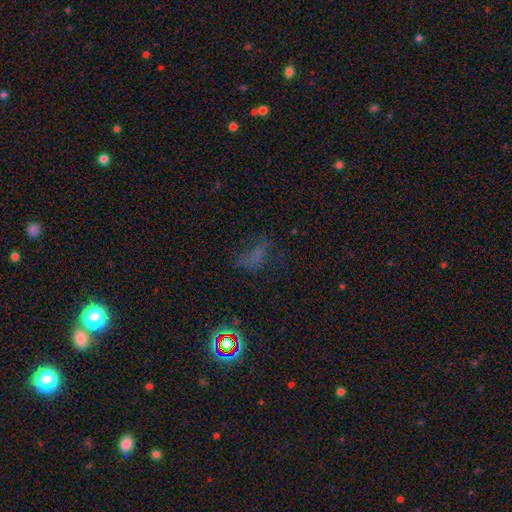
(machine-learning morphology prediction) This appears to be a smooth galaxy with no disk features (38%, tied with star or artifact). Merging: none (45%).